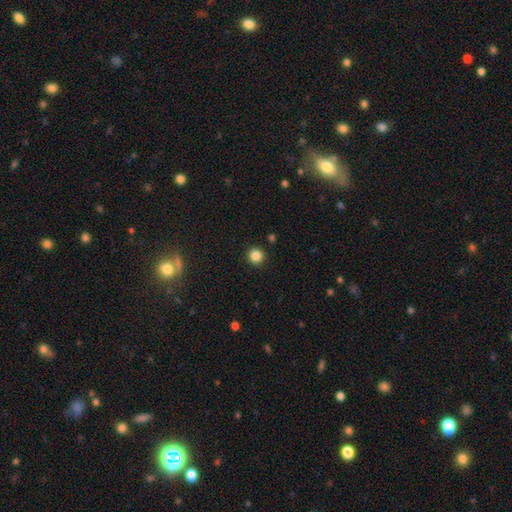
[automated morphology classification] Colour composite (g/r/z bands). It shows a smooth galaxy with no disk features (85%) that is round (94%). Merging: none (92%).